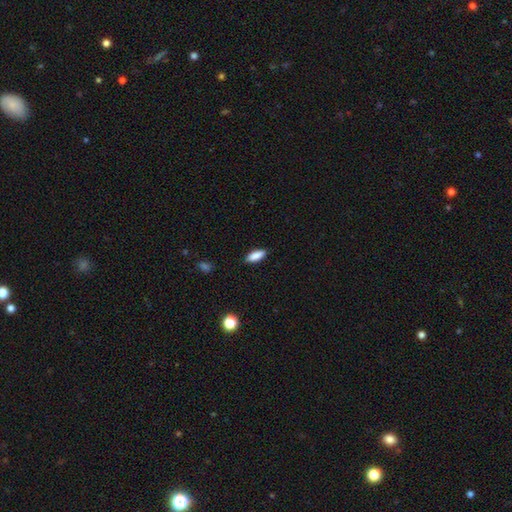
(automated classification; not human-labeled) Smooth or featured? Predicted: smooth (p=0.88). How rounded? Predicted: in between (p=0.69). Merging? Predicted: none (p=0.88).